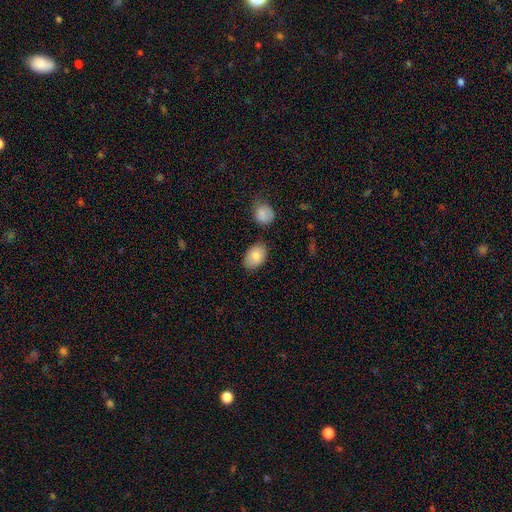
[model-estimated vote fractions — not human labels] Q: Smooth or featured?
A: smooth (83%); runner-up: featured or disk (10%)
Q: How rounded?
A: in between (88%); runner-up: round (11%)
Q: Merging?
A: none (78%); runner-up: minor disturbance (14%)